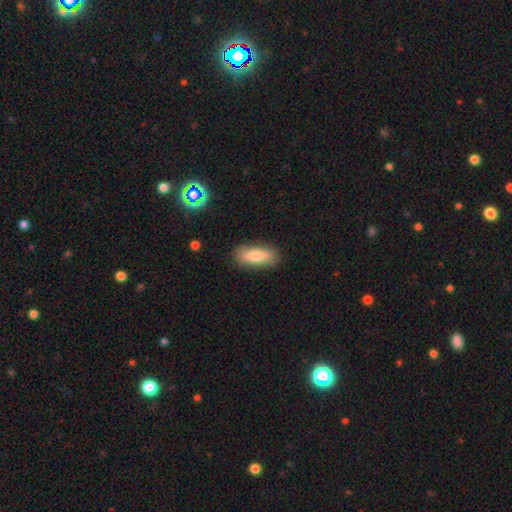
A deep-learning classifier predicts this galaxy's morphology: Smooth or featured? Predicted: smooth (p=0.75). How rounded? Predicted: in between (p=0.72). Merging? Predicted: none (p=0.87).